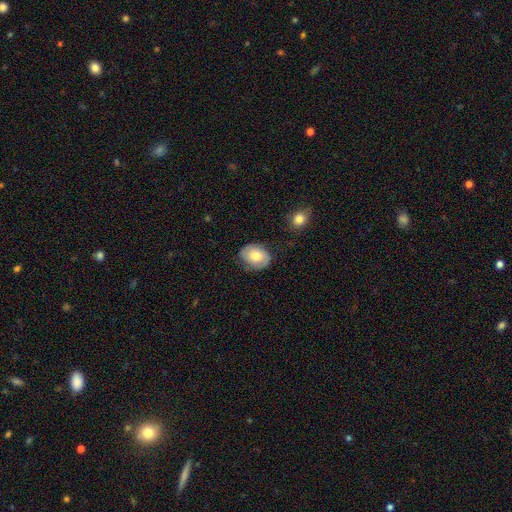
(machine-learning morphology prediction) Smooth or featured? smooth (50%)
How rounded? in between (62%)
Merging? none (75%)